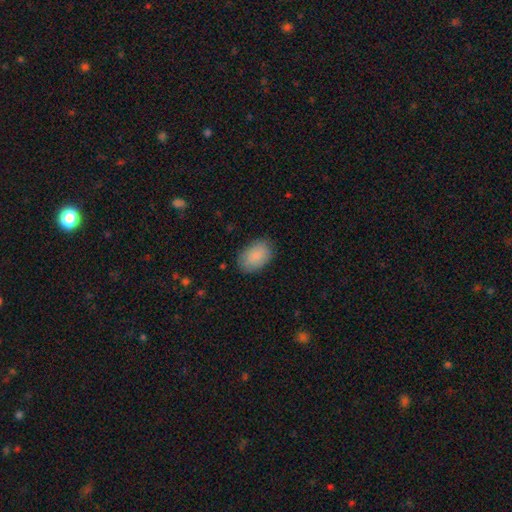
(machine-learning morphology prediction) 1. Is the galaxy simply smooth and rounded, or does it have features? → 89% smooth, 6% star or artifact, 5% featured or disk.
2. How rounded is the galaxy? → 90% in between, 8% round, 1% cigar-shaped.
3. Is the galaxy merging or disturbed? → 84% none, 12% minor disturbance, 3% major disturbance, 1% merger.